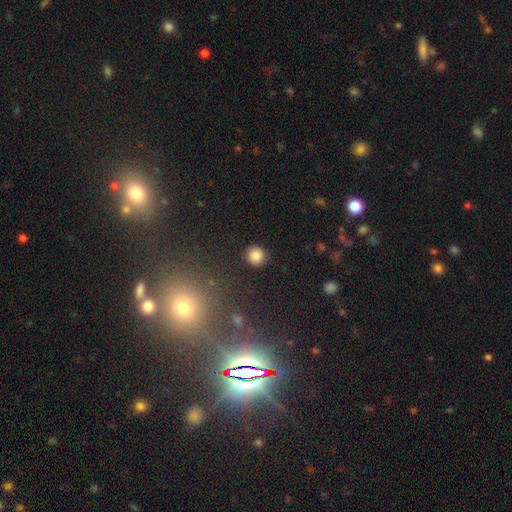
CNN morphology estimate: Overall: smooth (84%). How rounded: round (93%). Merging: none (89%).